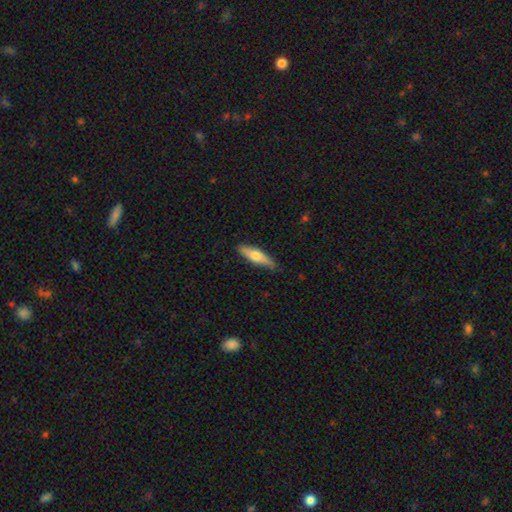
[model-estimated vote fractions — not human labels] smooth 60%, featured or disk 35%, star or artifact 6%. Down the decision tree: how rounded — cigar-shaped (69%); merging — none (80%).